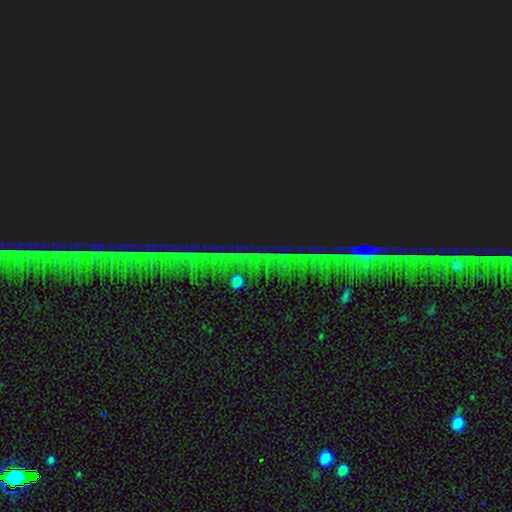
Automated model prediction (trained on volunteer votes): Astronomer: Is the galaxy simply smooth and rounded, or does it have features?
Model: star or artifact — 84%.